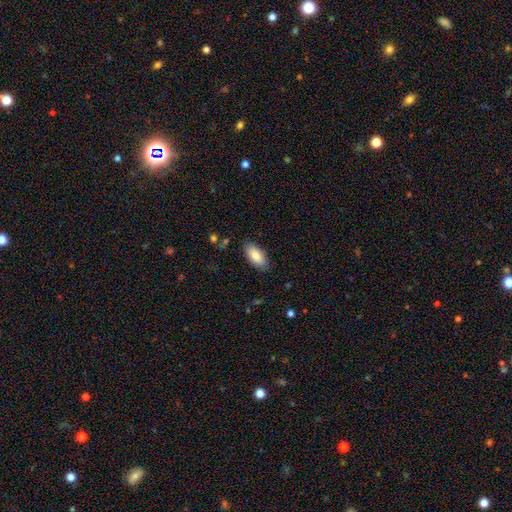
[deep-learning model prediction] A smooth galaxy with no disk features (84%) that is in between round and cigar-shaped (90%). Merging: none (84%).